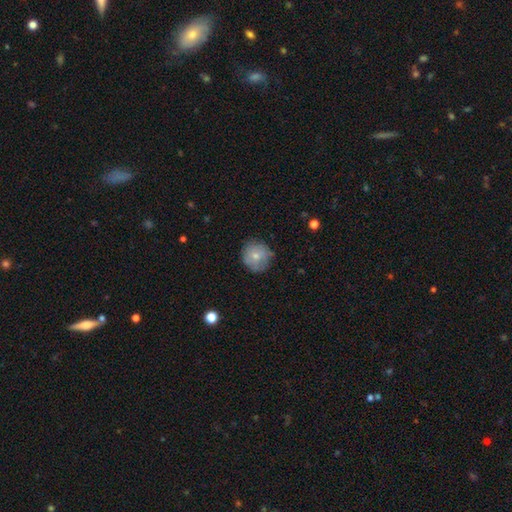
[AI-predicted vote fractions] This is likely a smooth galaxy (69%). How rounded: clearly round (92%). Merging: likely none (77%).